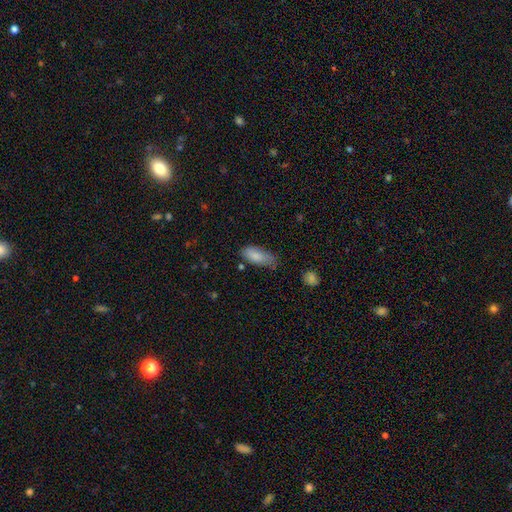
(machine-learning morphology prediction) This is clearly a smooth galaxy (83%). How rounded: clearly in between (84%). Merging: possibly none (56%).